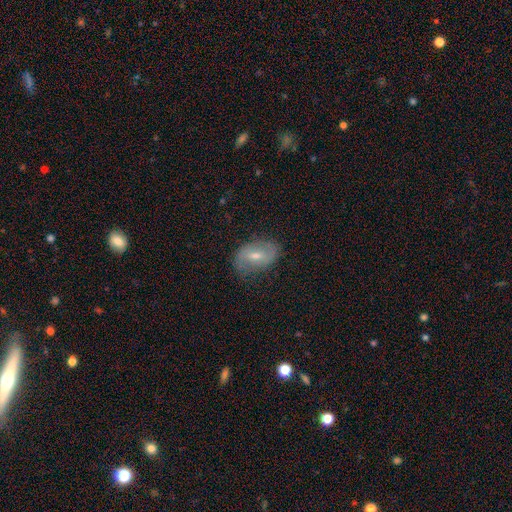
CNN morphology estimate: The model was most divided on "bulge size": moderate: 49%, small: 46%, large: 2%, none: 2%, dominant: 1%. Remaining: edge-on disk — no (94%); merging — none (74%); spiral arms — yes (71%); smooth or featured — featured or disk (59%); bar — weak (48%).